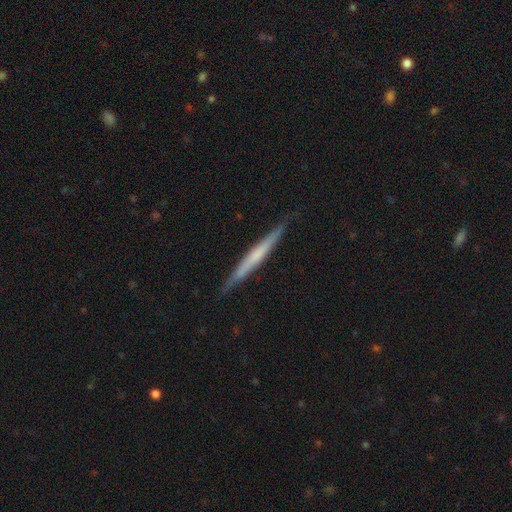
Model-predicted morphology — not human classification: smooth-or-featured: featured or disk: 54% | smooth: 40% | star or artifact: 6%
  disk-edge-on: yes: 96% | no: 4%
    edge-on-bulge: none: 66% | rounded: 25% | boxy: 9%
  merging: none: 87% | minor disturbance: 10% | major disturbance: 2% | merger: 1%